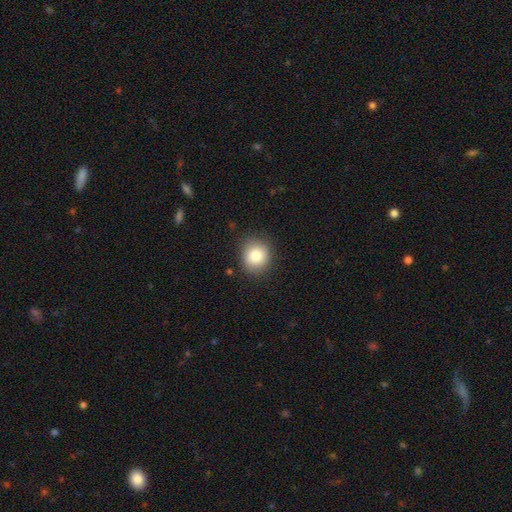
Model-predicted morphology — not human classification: The model was most divided on "how rounded": round: 80%, in between: 19%, cigar-shaped: 1%. More confident: merging — none (85%); smooth or featured — smooth (83%).